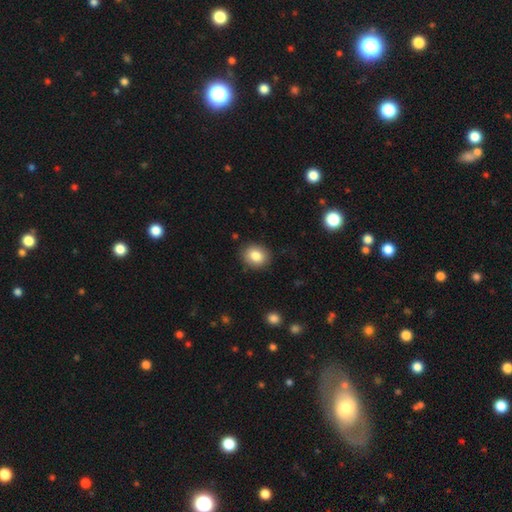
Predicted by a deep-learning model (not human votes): This appears to be a smooth galaxy with no disk features (83%) that is round (65%). Merging: none (88%).